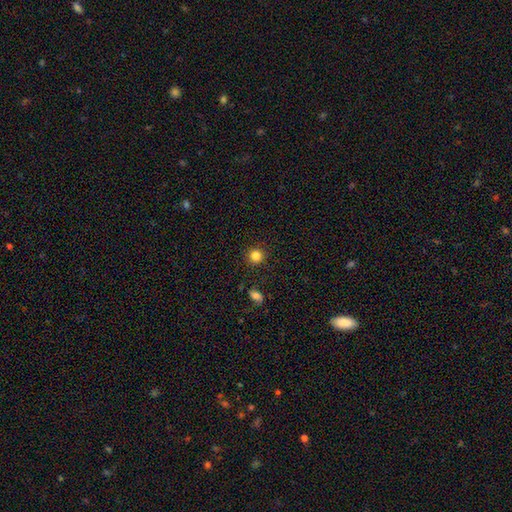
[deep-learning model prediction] smooth 83%, star or artifact 12%, featured or disk 5%. Down the decision tree: how rounded — round (93%); merging — none (90%).